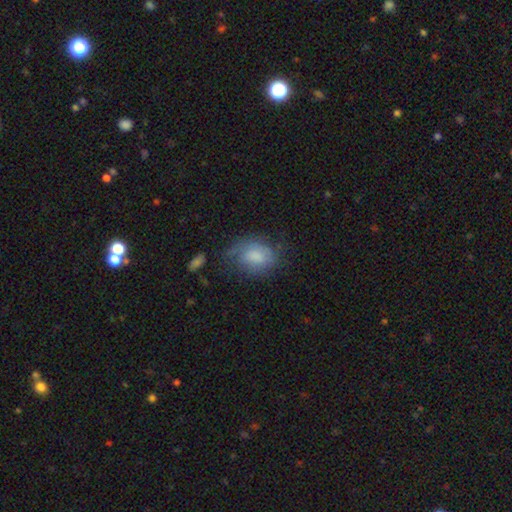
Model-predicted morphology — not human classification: This is likely a smooth galaxy (74%). How rounded: likely in between (72%). Merging: possibly none (50%).